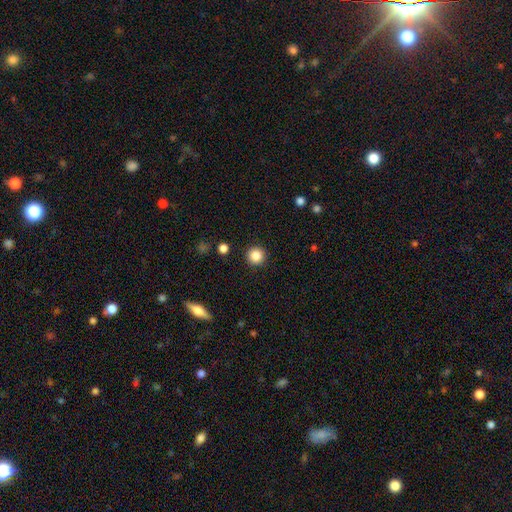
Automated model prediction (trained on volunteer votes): The model was most divided on "smooth or featured": smooth: 86%, star or artifact: 10%, featured or disk: 4%. More confident: how rounded — round (96%); merging — none (92%).